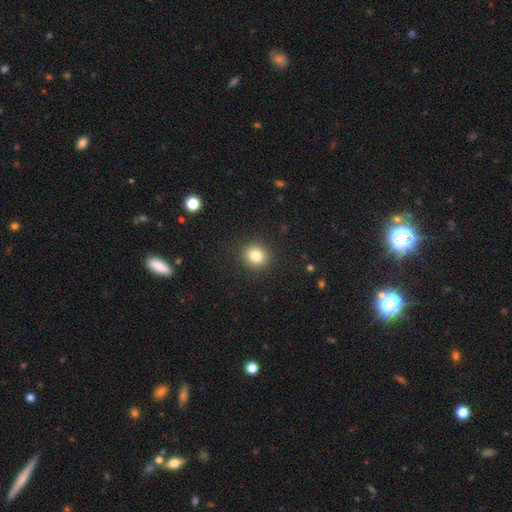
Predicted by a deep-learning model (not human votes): Morphology: type=smooth (82%); roundness=round (86%); merging=none (91%).